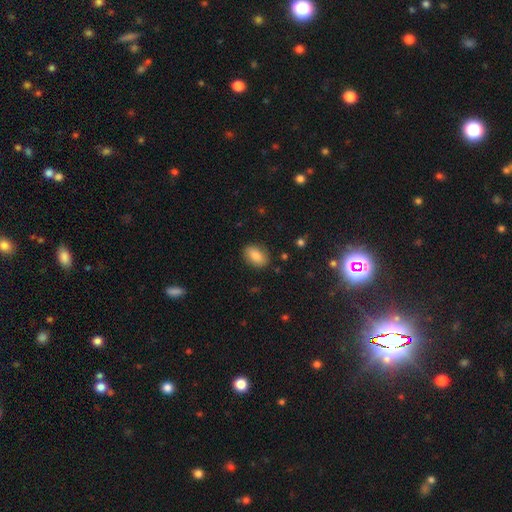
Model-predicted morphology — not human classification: smooth_or_featured: smooth (p=0.83) [alt: featured or disk p=0.09]
how_rounded: in between (p=0.87) [alt: round p=0.11]
merging: none (p=0.86) [alt: minor disturbance p=0.10]